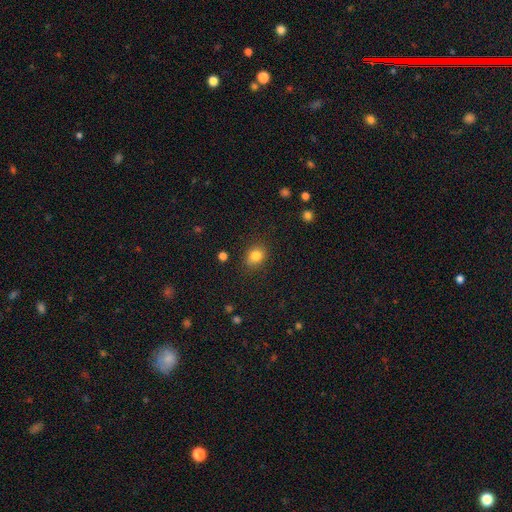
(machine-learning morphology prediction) This is clearly a smooth galaxy (82%). How rounded: possibly round (56%). Merging: clearly none (82%).